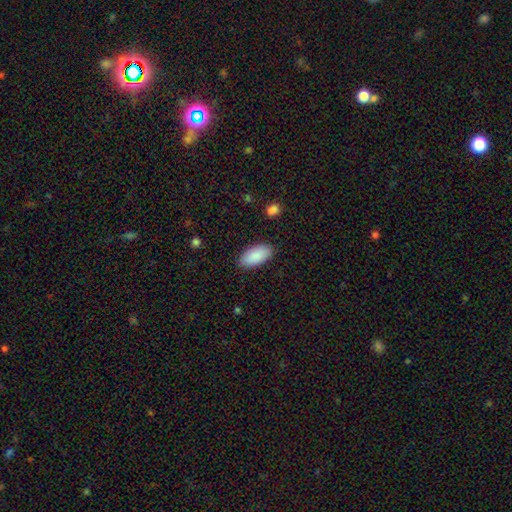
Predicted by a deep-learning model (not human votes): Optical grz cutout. It shows a smooth galaxy with no disk features (89%) that is in between round and cigar-shaped (93%). Merging: none (87%).